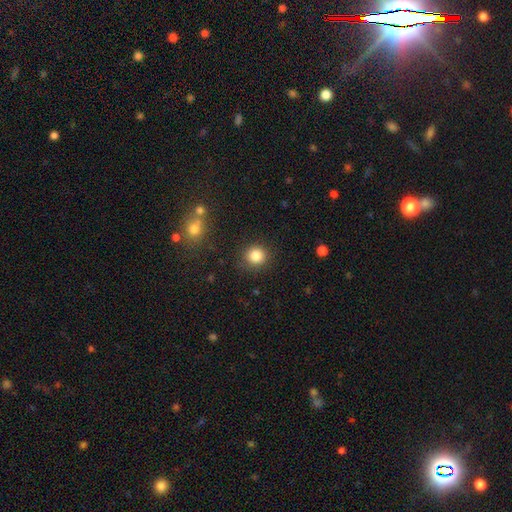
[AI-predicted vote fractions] smooth 85%, star or artifact 11%, featured or disk 5%. Down the decision tree: how rounded — round (91%); merging — none (88%).